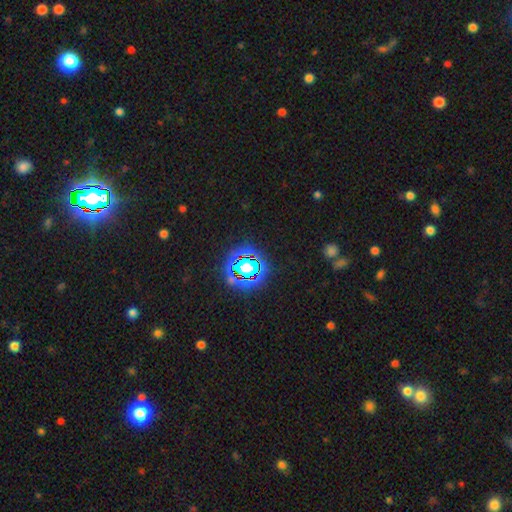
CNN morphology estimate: Smooth or featured? star or artifact (69%)